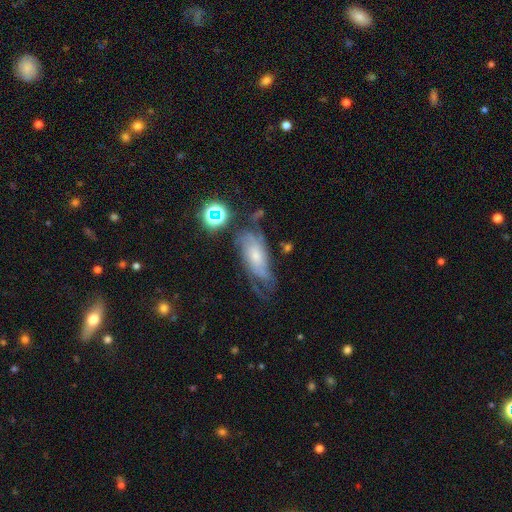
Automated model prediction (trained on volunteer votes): Smooth or featured? featured or disk (67%)
Edge-on disk? no (89%)
Bar? no (70%)
Spiral arms? yes (86%)
Spiral winding? tight (44%)
Spiral arm count? can't tell (51%)
Bulge size? small (52%)
Merging? none (47%)